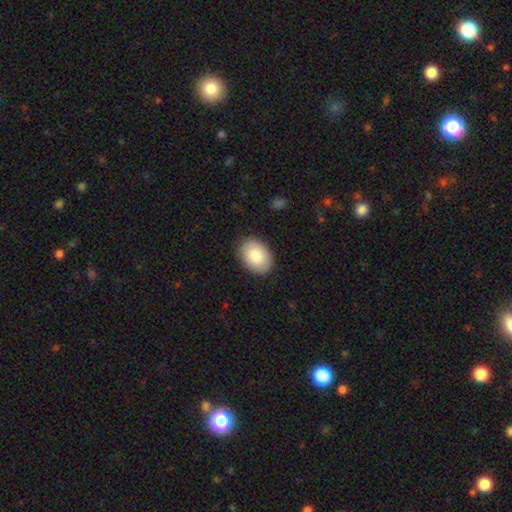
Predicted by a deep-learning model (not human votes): Smooth or featured? Predicted: smooth (p=0.87). How rounded? Predicted: in between (p=0.80). Merging? Predicted: none (p=0.88).